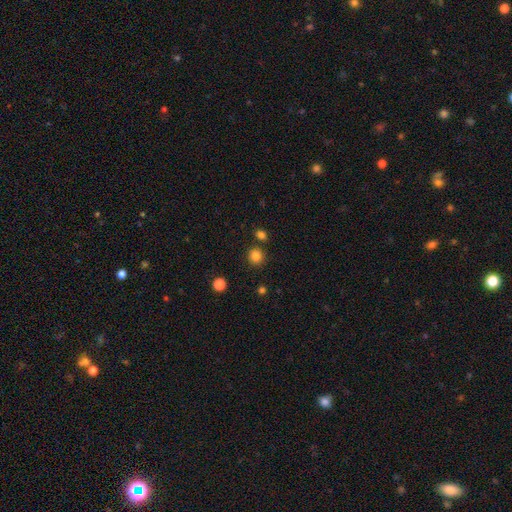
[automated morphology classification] Smooth or featured: smooth — 84% (star or artifact — 13%)
How rounded: round — 90% (in between — 10%)
Merging: none — 83% (minor disturbance — 7%)